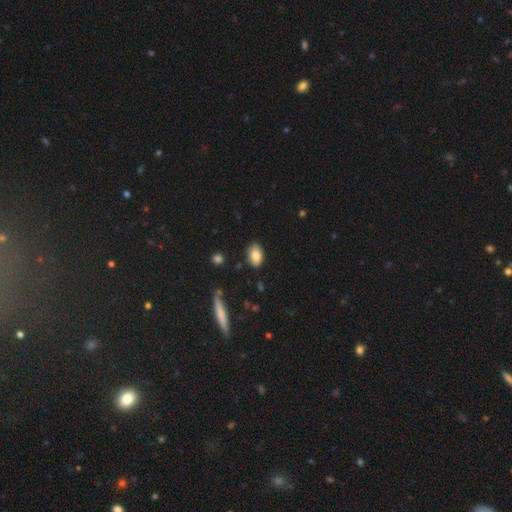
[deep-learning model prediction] This is clearly a smooth galaxy (85%). How rounded: clearly in between (91%). Merging: clearly none (84%).